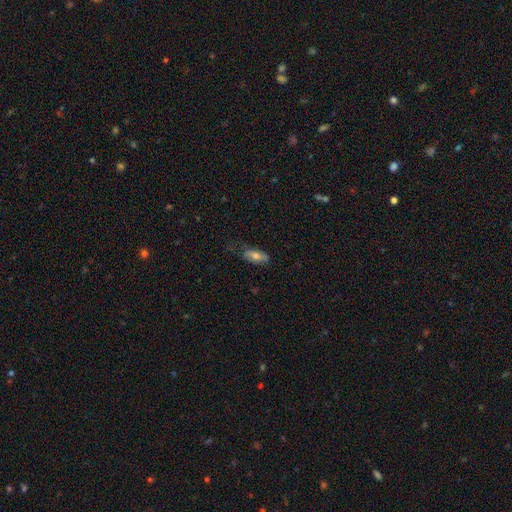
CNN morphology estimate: smooth-or-featured: smooth: 65% | featured or disk: 28% | star or artifact: 7%
  how-rounded: in between: 80% | cigar-shaped: 17% | round: 3%
  merging: none: 61% | minor disturbance: 27% | major disturbance: 11% | merger: 2%